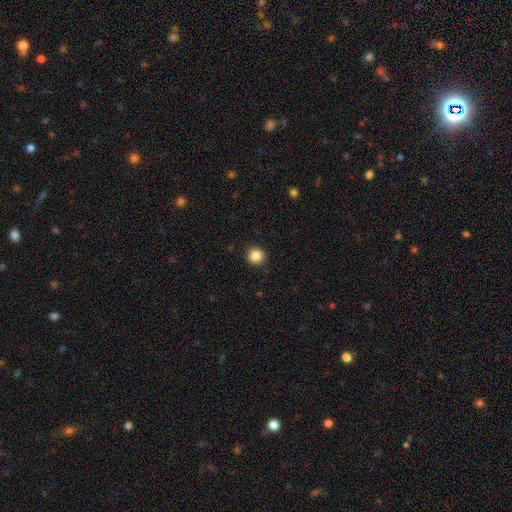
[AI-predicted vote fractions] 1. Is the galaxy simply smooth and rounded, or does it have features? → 86% smooth, 10% star or artifact, 4% featured or disk.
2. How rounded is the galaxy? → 90% round, 9% in between, 1% cigar-shaped.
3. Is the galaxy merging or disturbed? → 91% none, 6% minor disturbance, 2% major disturbance, 1% merger.